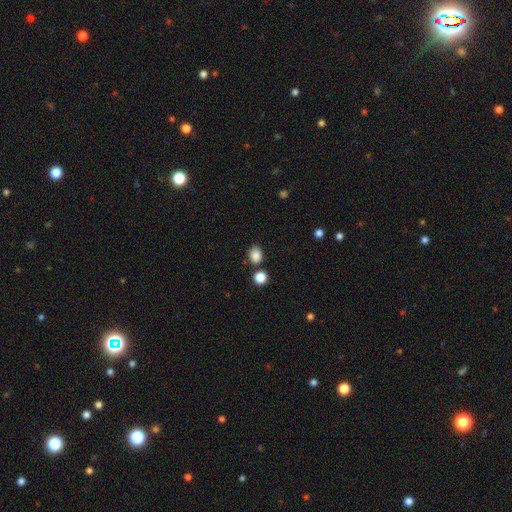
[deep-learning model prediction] Smooth or featured? smooth (86%)
How rounded? in between (59%)
Merging? none (77%)